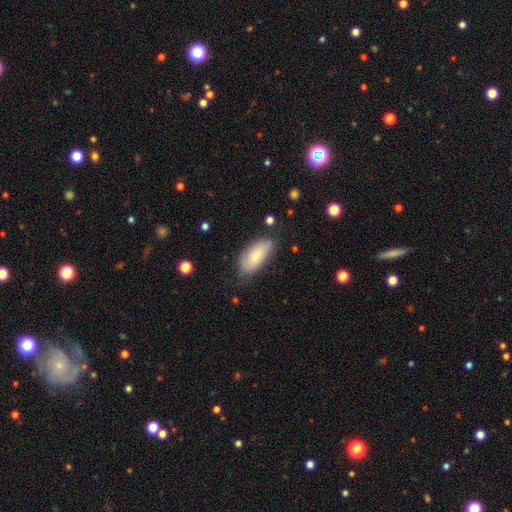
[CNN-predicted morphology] Smooth or featured?
  - smooth: 72% *
  - featured or disk: 22%
  - star or artifact: 6%
How rounded?
  - in between: 91% *
  - cigar-shaped: 7%
  - round: 2%
Merging?
  - none: 71% *
  - minor disturbance: 22%
  - major disturbance: 5%
  - merger: 2%